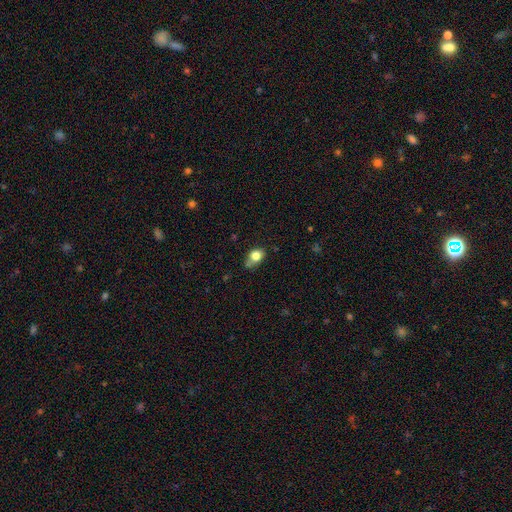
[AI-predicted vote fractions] This appears to be a smooth galaxy with no disk features (80%) that is in between round and cigar-shaped (59%). Merging: none (50%).